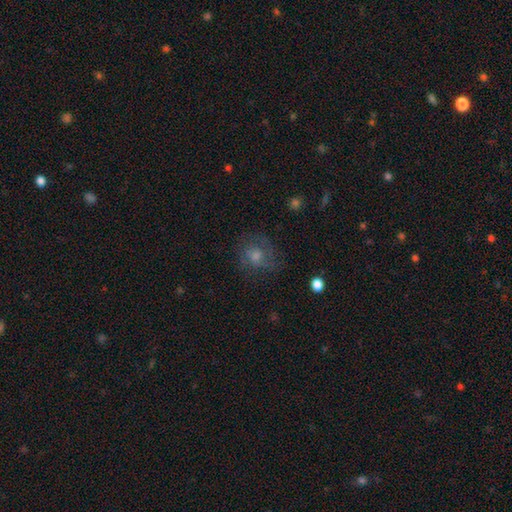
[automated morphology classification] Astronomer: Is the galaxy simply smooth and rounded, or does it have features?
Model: featured or disk — 44% (runner-up: smooth, 38%).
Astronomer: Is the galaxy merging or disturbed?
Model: none — 68%.